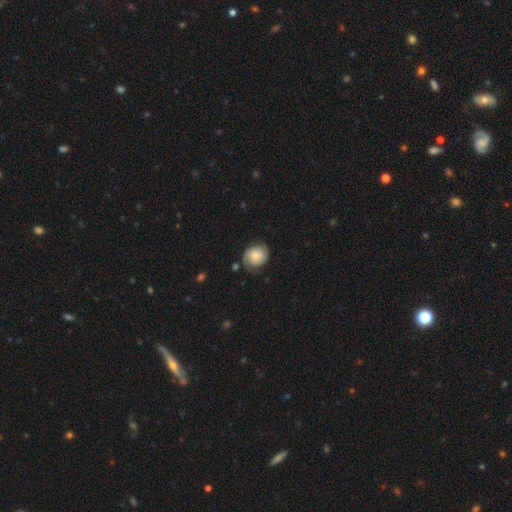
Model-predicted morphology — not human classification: Smooth or featured? Predicted: smooth (p=0.57). How rounded? Predicted: round (p=0.66). Merging? Predicted: none (p=0.63).